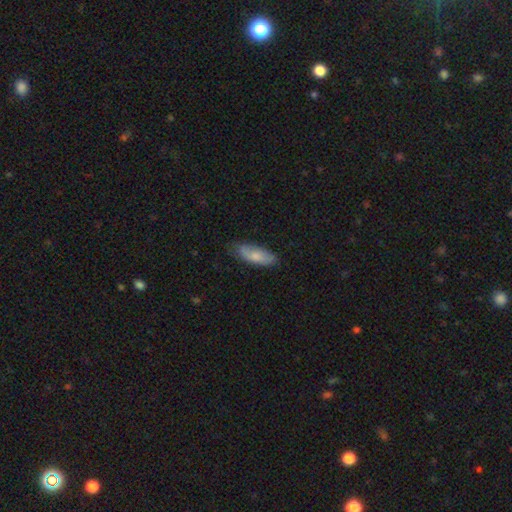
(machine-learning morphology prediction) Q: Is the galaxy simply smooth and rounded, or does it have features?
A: smooth — 75%.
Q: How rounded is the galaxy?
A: in between — 70%.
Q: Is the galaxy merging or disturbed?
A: none — 70%.